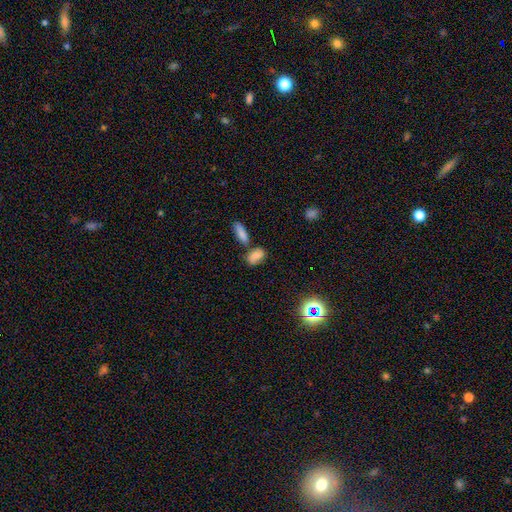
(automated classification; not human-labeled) smooth 75%, featured or disk 13%, star or artifact 12%. Down the decision tree: how rounded — in between (85%); merging — none (59%).